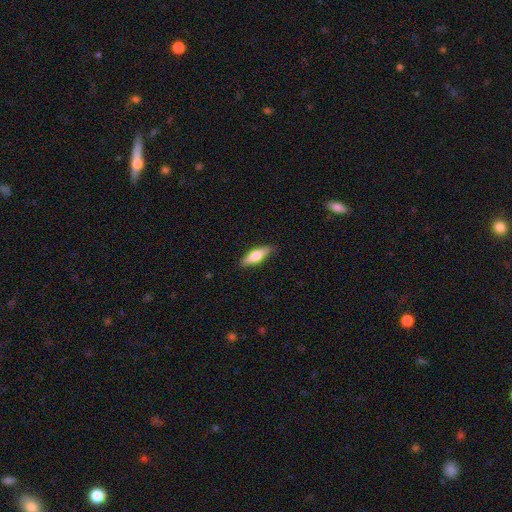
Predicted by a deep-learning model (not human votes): smooth_or_featured: smooth (p=0.56) [alt: featured or disk p=0.38]
how_rounded: cigar-shaped (p=0.50) [alt: in between p=0.47]
merging: none (p=0.87) [alt: minor disturbance p=0.10]